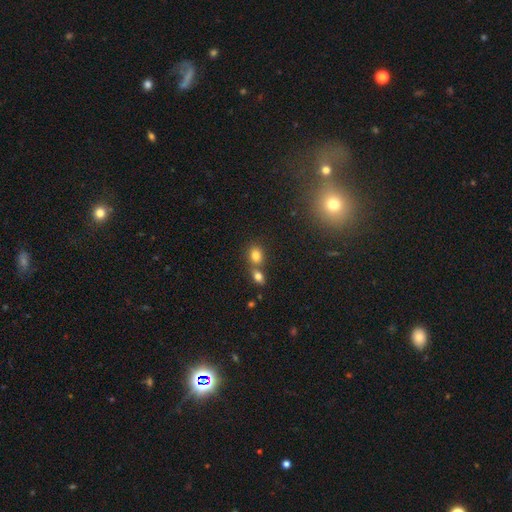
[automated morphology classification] smooth 80%, star or artifact 12%, featured or disk 8%. Down the decision tree: how rounded — round (49%, tied with in between); merging — merger (46%).